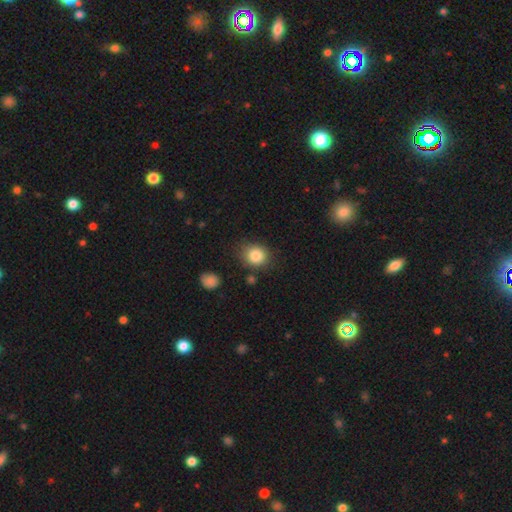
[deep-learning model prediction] Smooth or featured?
  - smooth: 85% *
  - star or artifact: 10%
  - featured or disk: 6%
How rounded?
  - round: 72% *
  - in between: 27%
  - cigar-shaped: 1%
Merging?
  - none: 79% *
  - minor disturbance: 14%
  - merger: 4%
  - major disturbance: 4%